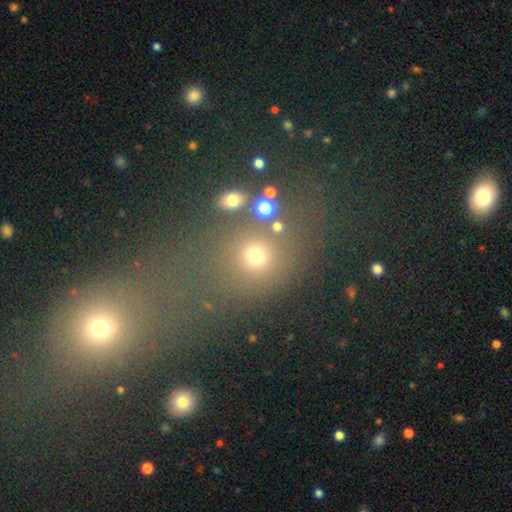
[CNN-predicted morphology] smooth 69%, star or artifact 22%, featured or disk 10%. Down the decision tree: how rounded — round (84%); merging — none (69%).